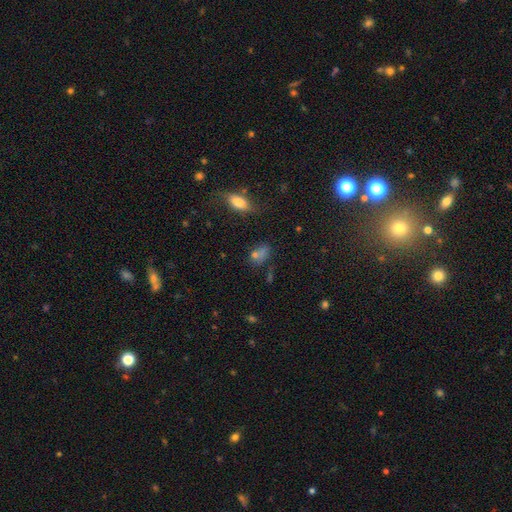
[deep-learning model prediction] smooth 62%, star or artifact 26%, featured or disk 12%. Down the decision tree: how rounded — in between (67%); merging — none (58%).